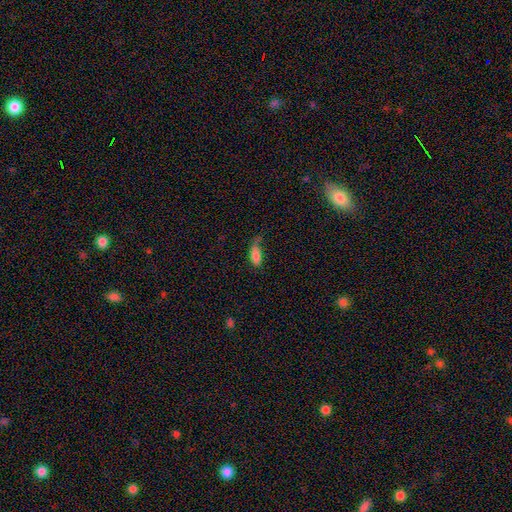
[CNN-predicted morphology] This appears to be a smooth galaxy with no disk features (83%) that is in between round and cigar-shaped (80%). Merging: none (40%).